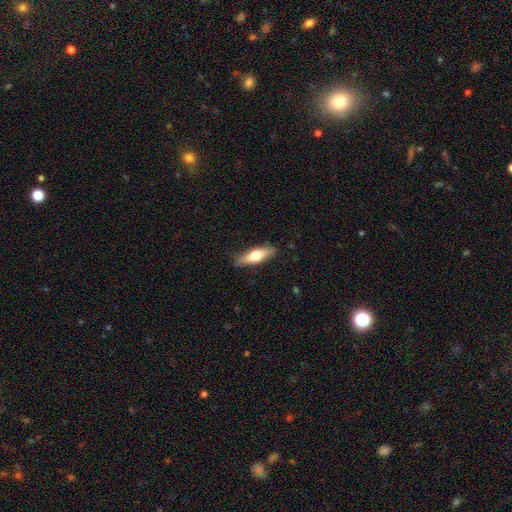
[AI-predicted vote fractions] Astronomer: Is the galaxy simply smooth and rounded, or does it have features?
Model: smooth — 60%.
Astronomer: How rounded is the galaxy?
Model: in between — 51% (runner-up: cigar-shaped, 47%).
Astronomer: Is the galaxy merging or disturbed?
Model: none — 82%.